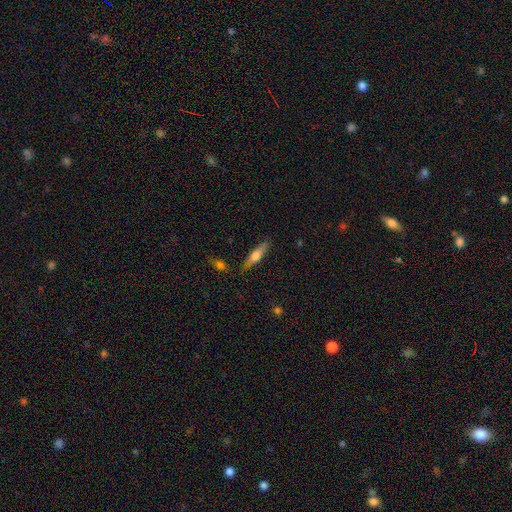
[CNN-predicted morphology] The model was most divided on "smooth or featured": smooth: 57%, featured or disk: 37%, star or artifact: 6%. More confident: merging — none (82%); how rounded — cigar-shaped (72%).